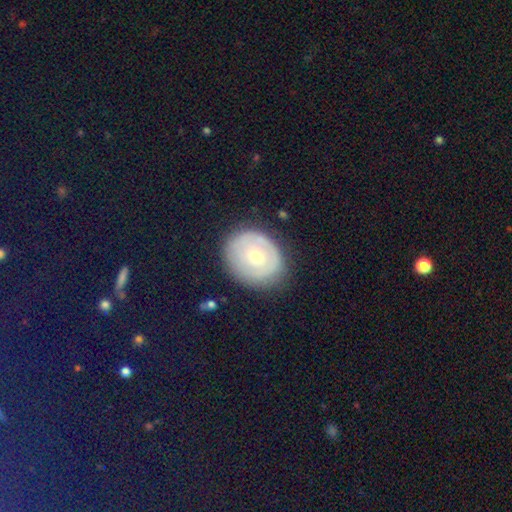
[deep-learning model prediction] A smooth galaxy with no disk features (48%).

Vote fractions:
- Smooth or featured? smooth: 48% / featured or disk: 45% / star or artifact: 7%
- Merging? none: 76% / minor disturbance: 17% / major disturbance: 5% / merger: 2%